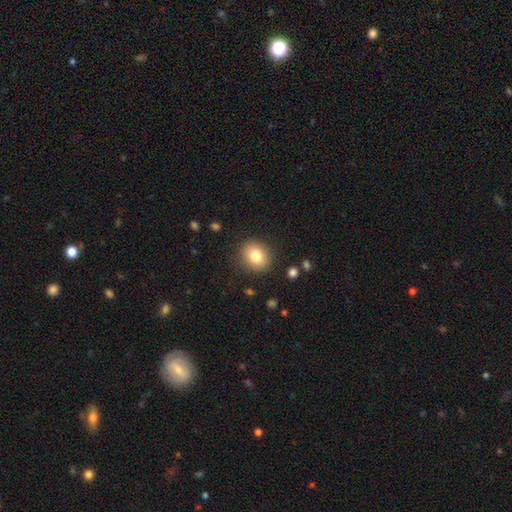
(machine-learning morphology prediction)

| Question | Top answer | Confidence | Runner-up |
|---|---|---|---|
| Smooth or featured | smooth | 80% | star or artifact (10%) |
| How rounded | round | 70% | in between (30%) |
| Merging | none | 88% | minor disturbance (8%) |